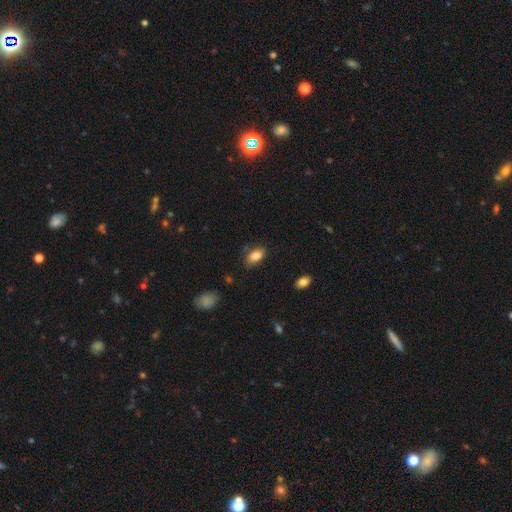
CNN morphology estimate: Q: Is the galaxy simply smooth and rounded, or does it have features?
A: smooth — 86%.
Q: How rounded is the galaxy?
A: in between — 91%.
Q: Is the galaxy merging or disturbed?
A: none — 77%.